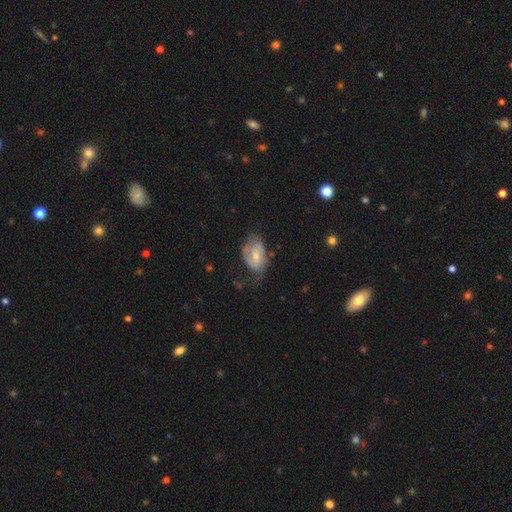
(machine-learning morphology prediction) smooth-or-featured: featured or disk: 70% | smooth: 24% | star or artifact: 6%
  disk-edge-on: no: 96% | yes: 4%
    bar: weak: 48% | no: 38% | strong: 13%
    has-spiral-arms: yes: 88% | no: 12%
      spiral-winding: medium: 45% | tight: 35% | loose: 20%
      spiral-arm-count: 2: 72% | can't tell: 15% | 1: 8% | 3: 3% | 4: 1% | more than 4: 1%
    bulge-size: moderate: 47% | small: 45% | none: 4% | large: 3% | dominant: 1%
  merging: none: 51% | minor disturbance: 29% | major disturbance: 17% | merger: 2%